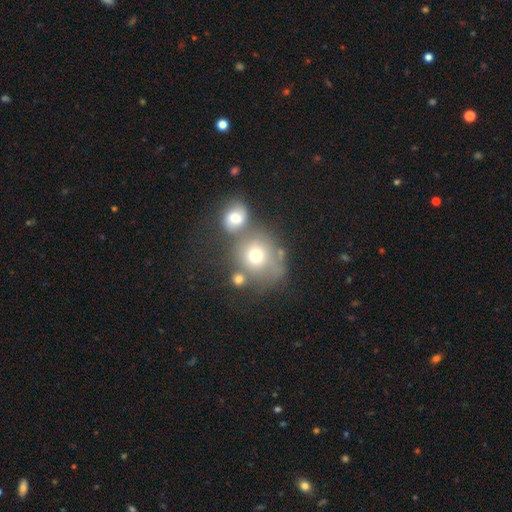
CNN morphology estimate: Overall: smooth (69%). How rounded: round (80%). Merging: none (43%; merger 36%).